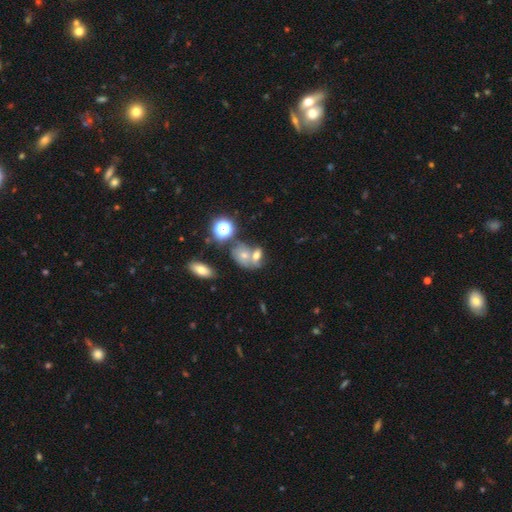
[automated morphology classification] Smooth or featured? smooth (41%)
Merging? none (47%)